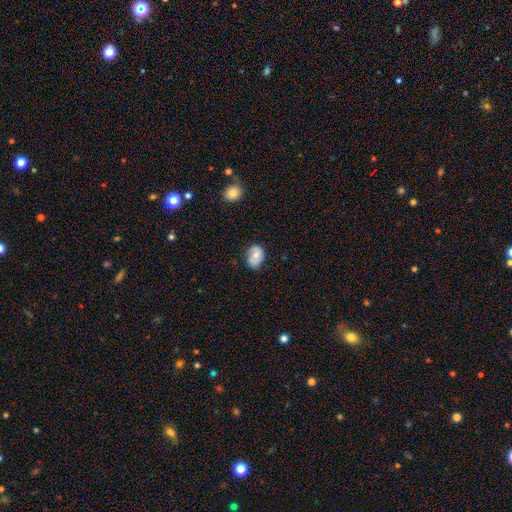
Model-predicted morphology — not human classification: smooth_or_featured: smooth (p=0.69) [alt: featured or disk p=0.23]
how_rounded: in between (p=0.73) [alt: round p=0.26]
merging: none (p=0.71) [alt: minor disturbance p=0.23]